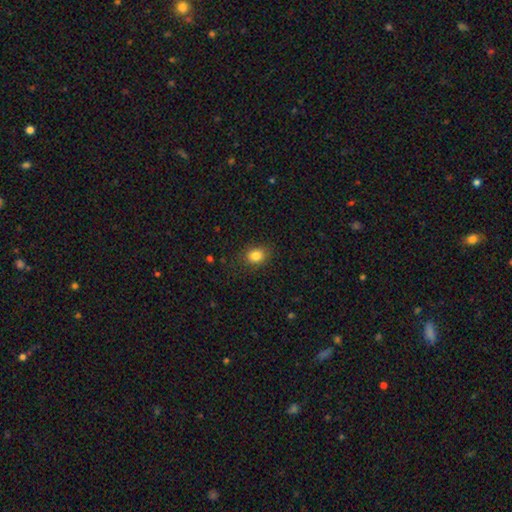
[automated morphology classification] This is clearly a smooth galaxy (83%). How rounded: possibly round (51%). Merging: clearly none (85%).